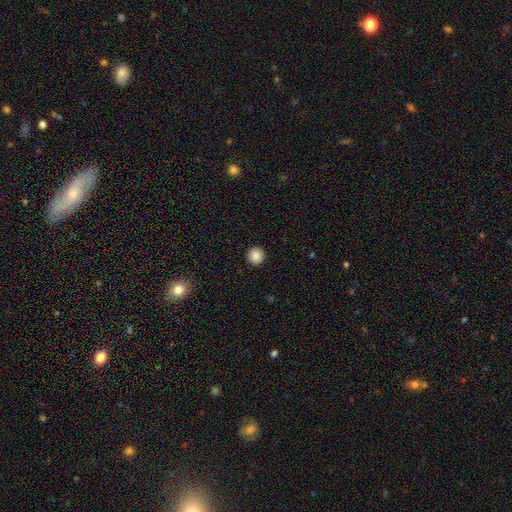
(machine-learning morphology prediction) smooth 88%, star or artifact 9%, featured or disk 3%. Down the decision tree: how rounded — round (92%); merging — none (93%).